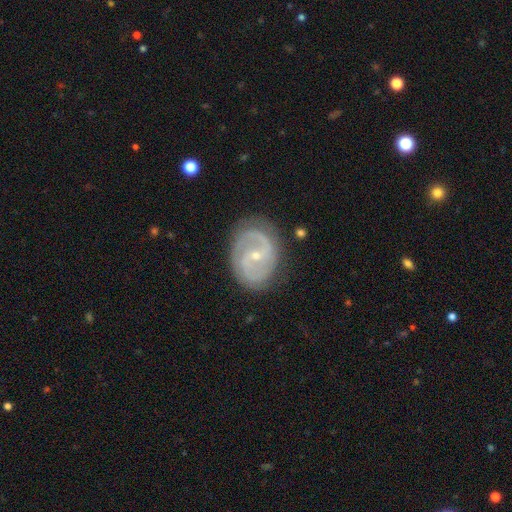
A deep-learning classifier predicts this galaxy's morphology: featured or disk 87%, smooth 8%, star or artifact 5%. Down the decision tree: edge-on disk — no (97%); bar — weak (43%); spiral arms — yes (95%); spiral arm count — 2 (84%); spiral winding — medium (49%); bulge size — small (73%); merging — none (80%).